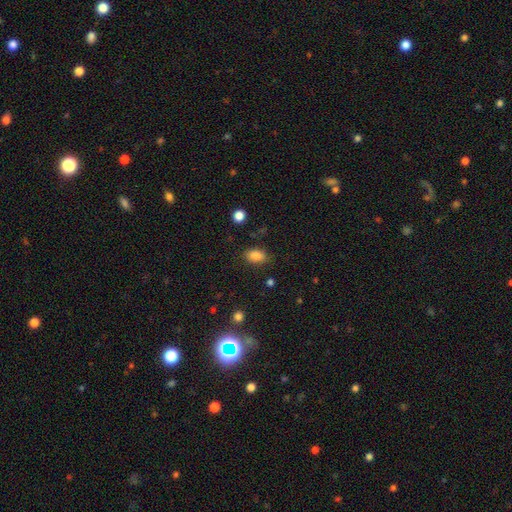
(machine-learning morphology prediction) A smooth galaxy with no disk features (85%) that is in between round and cigar-shaped (86%).

Vote fractions:
- Smooth or featured? smooth: 85% / star or artifact: 10% / featured or disk: 5%
- How rounded? in between: 86% / round: 12% / cigar-shaped: 2%
- Merging? none: 81% / minor disturbance: 13% / major disturbance: 4% / merger: 2%